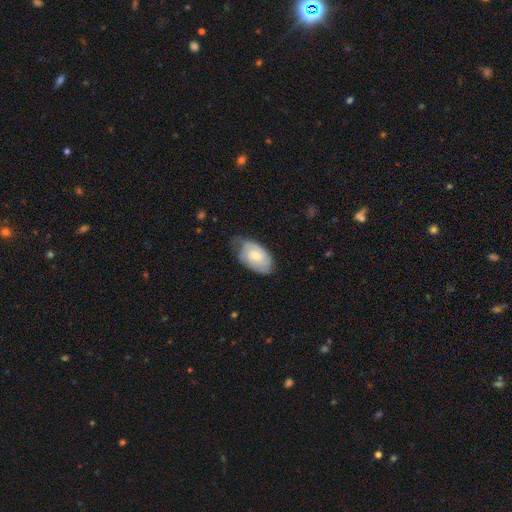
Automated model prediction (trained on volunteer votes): Q: Smooth or featured?
A: featured or disk (56%); runner-up: smooth (38%)
Q: Edge-on disk?
A: no (95%); runner-up: yes (5%)
Q: Bar?
A: no (60%); runner-up: weak (35%)
Q: Spiral arms?
A: yes (87%); runner-up: no (13%)
Q: Bulge size?
A: moderate (47%); tied with: small (47%)
Q: Merging?
A: none (56%); runner-up: minor disturbance (33%)